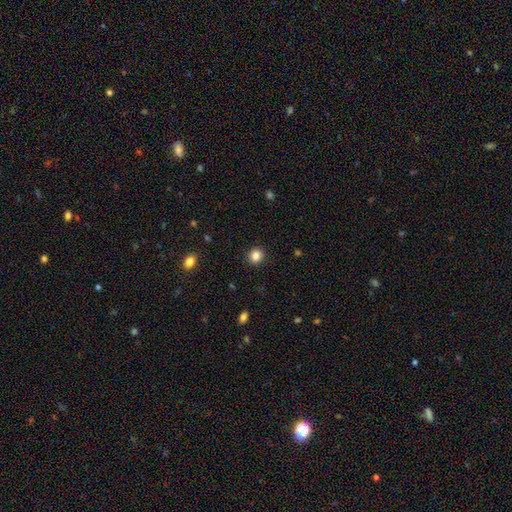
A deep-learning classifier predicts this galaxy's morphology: Overall: smooth (84%). How rounded: round (85%). Merging: none (91%).